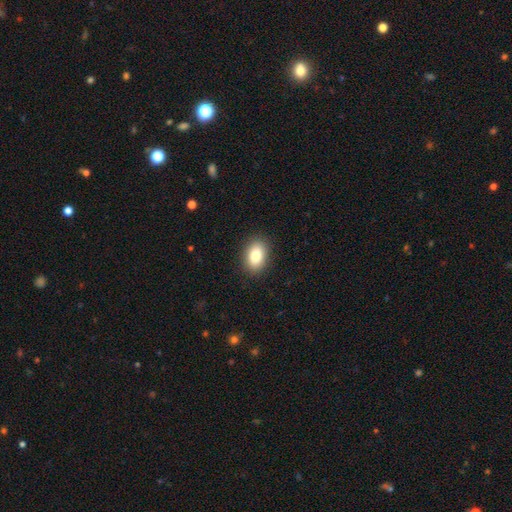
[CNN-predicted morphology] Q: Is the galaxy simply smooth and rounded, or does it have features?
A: smooth — 82%.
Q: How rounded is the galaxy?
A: in between — 83%.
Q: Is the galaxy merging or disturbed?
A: none — 90%.